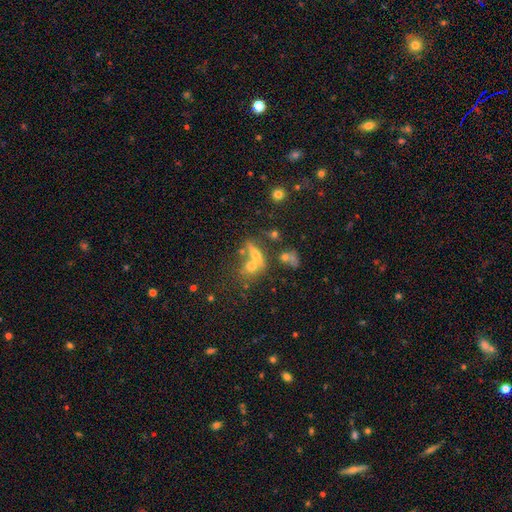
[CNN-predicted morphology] Smooth or featured?
  - smooth: 46% *
  - featured or disk: 32%
  - star or artifact: 22%
Merging?
  - merger: 46% *
  - none: 35%
  - minor disturbance: 10%
  - major disturbance: 8%